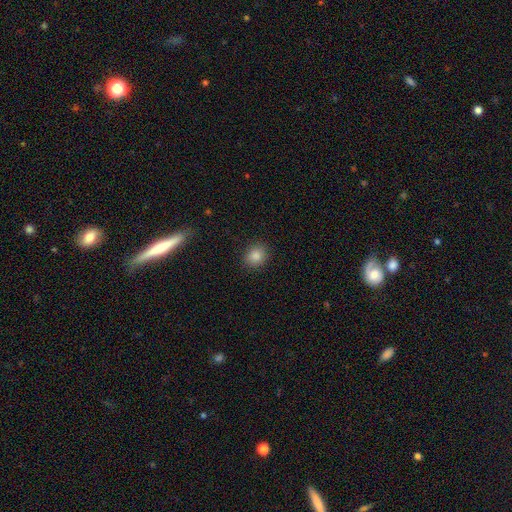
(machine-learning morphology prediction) smooth 85%, star or artifact 10%, featured or disk 5%. Down the decision tree: how rounded — round (69%); merging — none (88%).